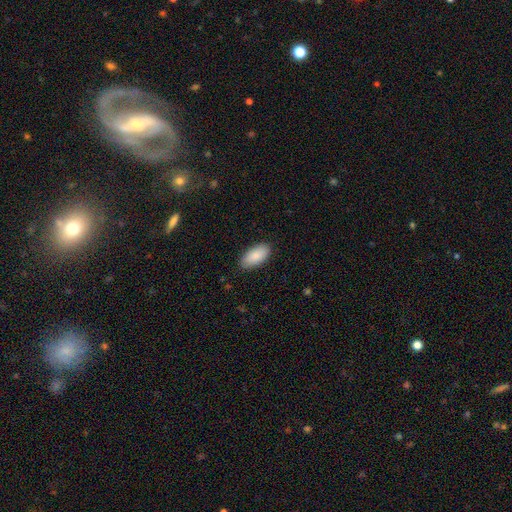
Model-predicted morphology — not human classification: Smooth or featured?
  - smooth: 89% *
  - star or artifact: 6%
  - featured or disk: 6%
How rounded?
  - in between: 93% *
  - cigar-shaped: 5%
  - round: 2%
Merging?
  - none: 87% *
  - minor disturbance: 10%
  - major disturbance: 2%
  - merger: 1%